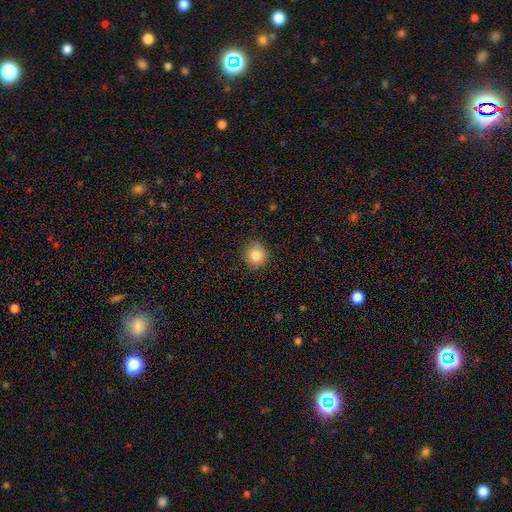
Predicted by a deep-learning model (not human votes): A smooth galaxy with no disk features (84%) that is round (89%). Merging: none (88%).